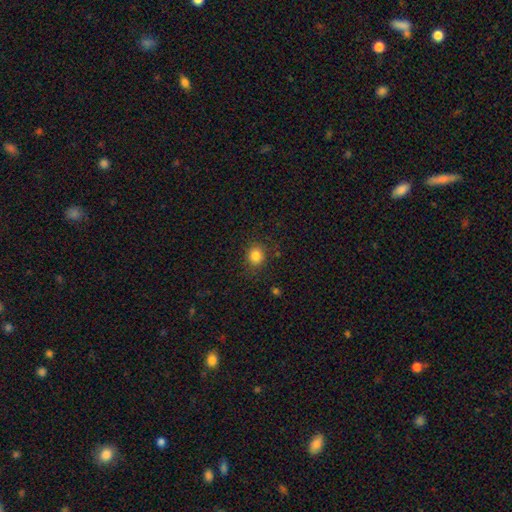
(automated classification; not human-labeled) smooth_or_featured: smooth (p=0.84) [alt: star or artifact p=0.11]
how_rounded: round (p=0.75) [alt: in between p=0.24]
merging: none (p=0.84) [alt: minor disturbance p=0.11]